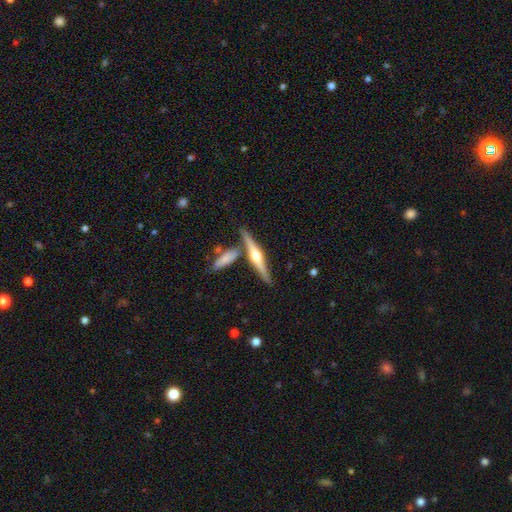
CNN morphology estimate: A featured or disk galaxy (74%) viewed edge-on (97%) with a rounded central bulge (93%). Merging: none (76%).